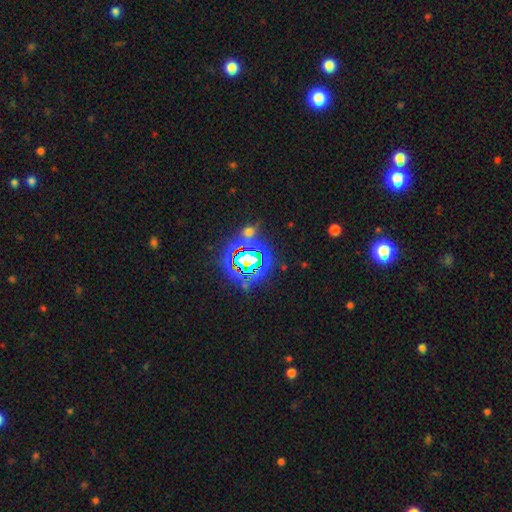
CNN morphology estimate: The model was most divided on "smooth or featured": star or artifact: 74%, smooth: 16%, featured or disk: 10%.